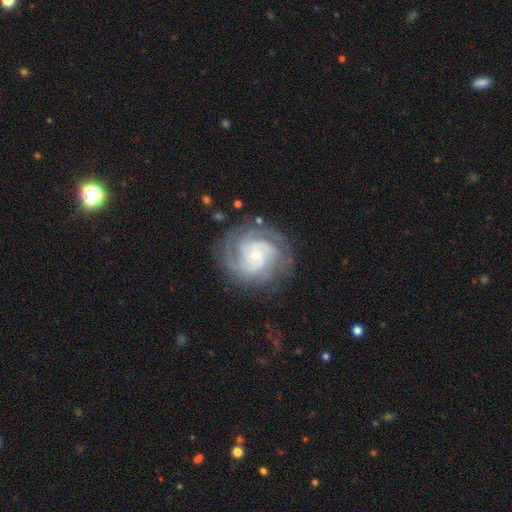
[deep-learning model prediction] A featured or disk galaxy (91%) with no bar (70%), 3 (36%) tight (72%) spiral arms (98%) and a small central bulge (76%). Merging: none (79%).